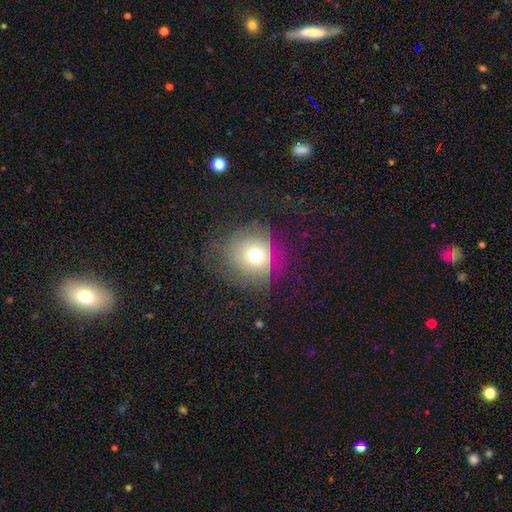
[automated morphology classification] Smooth or featured?
  - smooth: 64% *
  - featured or disk: 20%
  - star or artifact: 16%
How rounded?
  - round: 84% *
  - in between: 15%
  - cigar-shaped: 1%
Merging?
  - none: 66% *
  - minor disturbance: 19%
  - major disturbance: 14%
  - merger: 2%